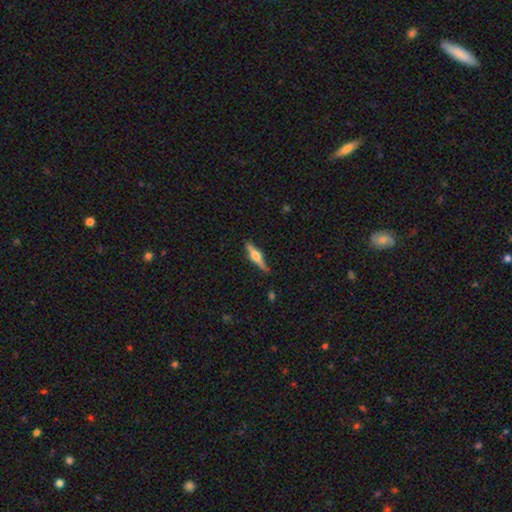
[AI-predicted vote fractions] A featured or disk galaxy (64%) viewed edge-on (96%) with a rounded central bulge (92%).

Vote fractions:
- Smooth or featured? featured or disk: 64% / smooth: 30% / star or artifact: 6%
- Edge-on disk? yes: 96% / no: 4%
- Edge-on bulge? rounded: 92% / boxy: 6% / none: 3%
- Merging? none: 84% / minor disturbance: 12% / major disturbance: 2% / merger: 2%